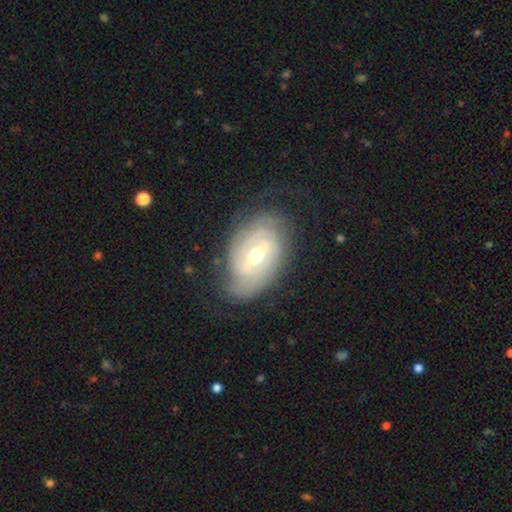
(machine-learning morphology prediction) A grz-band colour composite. It shows a featured or disk galaxy (82%) with a weak bar (49%), tight (67%) spiral arms (89%) and a moderate central bulge (68%). Merging: none (70%).